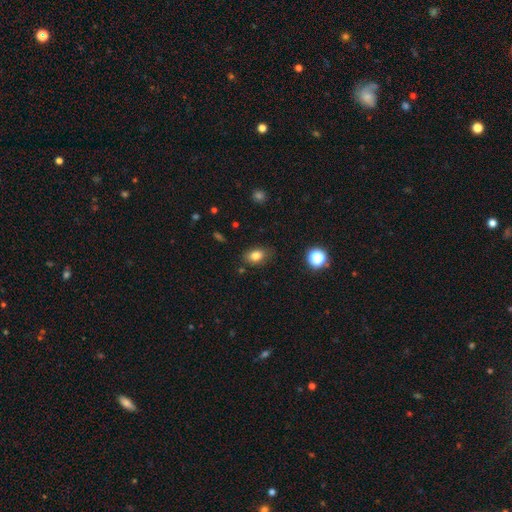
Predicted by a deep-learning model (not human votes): A smooth galaxy with no disk features (81%) that is in between round and cigar-shaped (79%). Merging: none (81%).